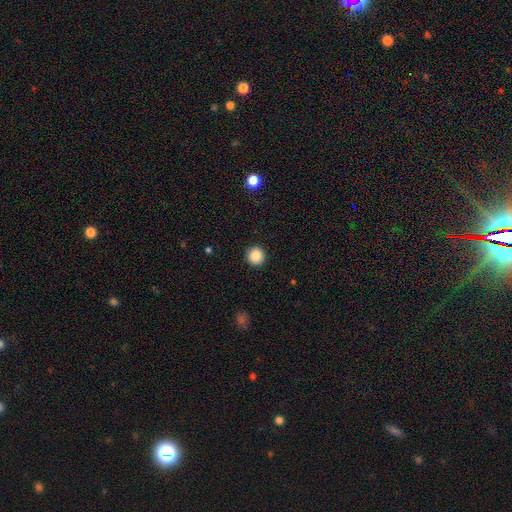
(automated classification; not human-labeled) The model was most divided on "smooth or featured": smooth: 88%, star or artifact: 9%, featured or disk: 3%. More confident: how rounded — round (94%); merging — none (92%).